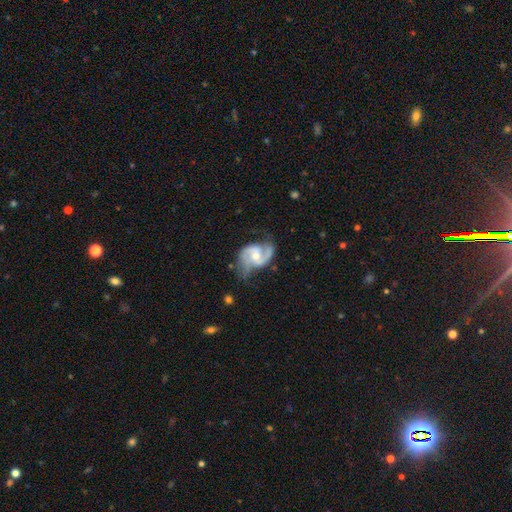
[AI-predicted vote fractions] Smooth or featured? featured or disk (87%)
Edge-on disk? no (98%)
Bar? no (45%)
Spiral arms? yes (96%)
Spiral winding? medium (51%)
Spiral arm count? 2 (88%)
Bulge size? moderate (57%)
Merging? none (57%)